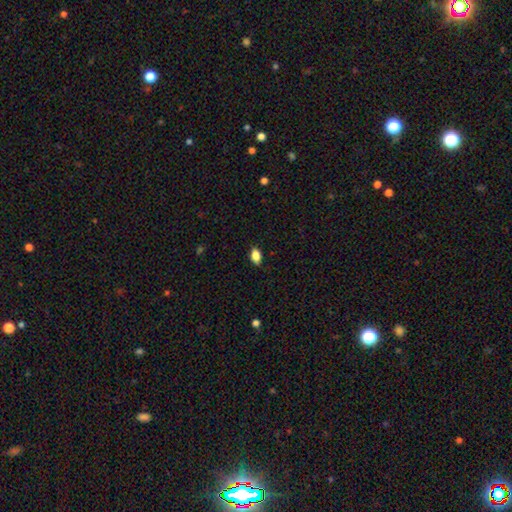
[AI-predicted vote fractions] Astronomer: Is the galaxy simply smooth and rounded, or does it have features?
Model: smooth — 87%.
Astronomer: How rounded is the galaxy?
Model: in between — 88%.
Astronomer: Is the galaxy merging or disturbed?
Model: none — 86%.